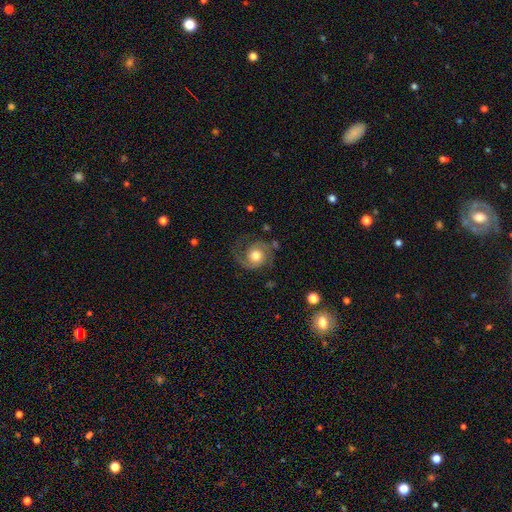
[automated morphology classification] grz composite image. It shows a featured or disk galaxy (77%) with no bar (76%), 2 (81%) medium (48%) spiral arms (95%) and a moderate central bulge (65%). Merging: none (67%).